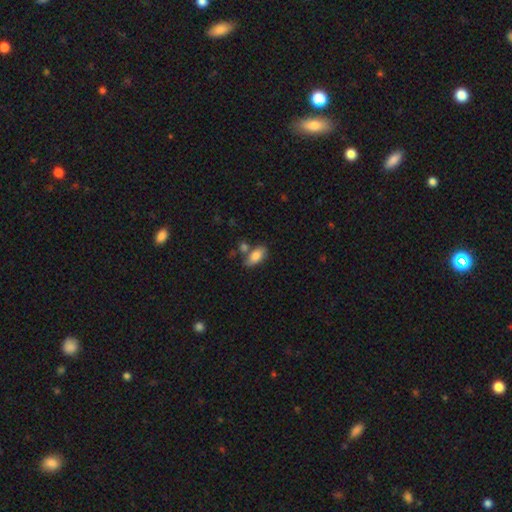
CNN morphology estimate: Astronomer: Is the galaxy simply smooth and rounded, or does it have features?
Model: smooth — 81%.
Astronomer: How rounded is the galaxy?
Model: in between — 90%.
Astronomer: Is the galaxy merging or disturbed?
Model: none — 62%.